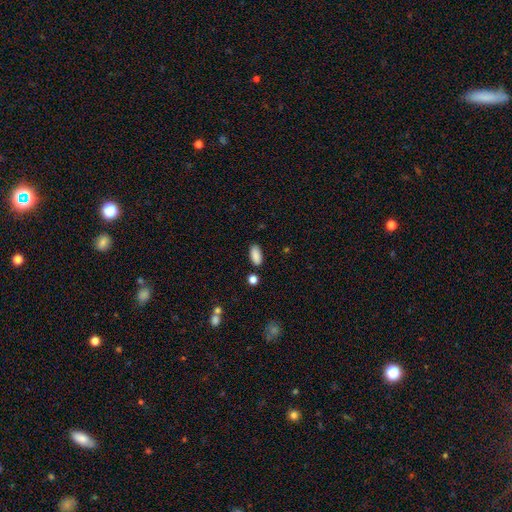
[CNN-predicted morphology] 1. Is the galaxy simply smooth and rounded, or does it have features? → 88% smooth, 8% star or artifact, 4% featured or disk.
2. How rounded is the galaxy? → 87% in between, 10% cigar-shaped, 3% round.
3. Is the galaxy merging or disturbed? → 83% none, 11% minor disturbance, 4% merger, 3% major disturbance.